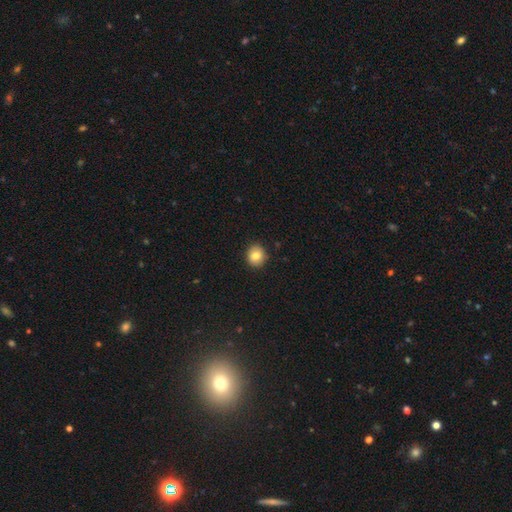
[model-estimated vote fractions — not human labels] Morphology: type=smooth (81%); roundness=round (78%); merging=none (89%).